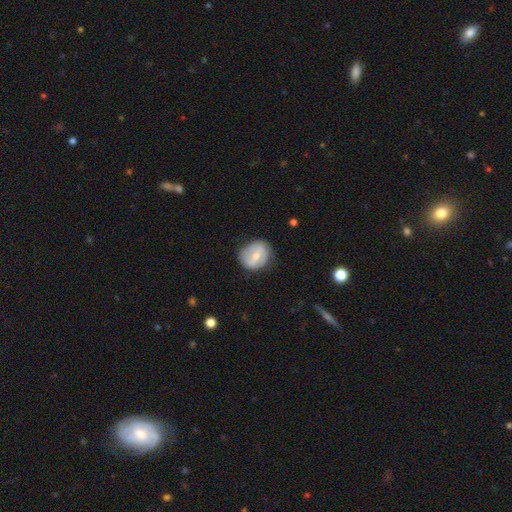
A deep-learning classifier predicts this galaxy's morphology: type=smooth (48%); merging=none (69%).